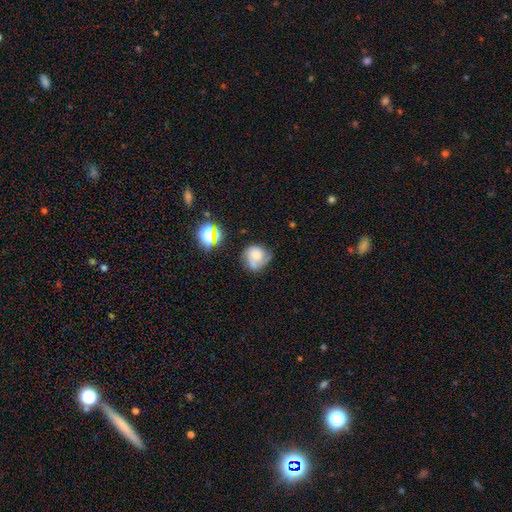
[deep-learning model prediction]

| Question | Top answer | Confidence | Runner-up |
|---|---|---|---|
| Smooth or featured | featured or disk | 45% | smooth (43%) |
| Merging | none | 48% | minor disturbance (29%) |